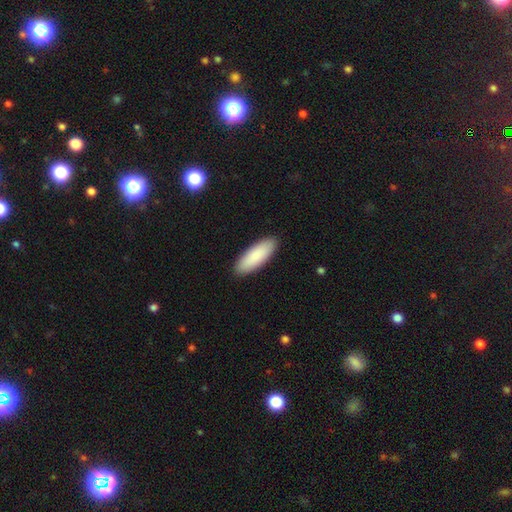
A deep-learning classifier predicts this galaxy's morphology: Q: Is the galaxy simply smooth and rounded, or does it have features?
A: smooth — 87%.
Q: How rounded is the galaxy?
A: in between — 63%.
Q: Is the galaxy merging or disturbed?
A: none — 91%.